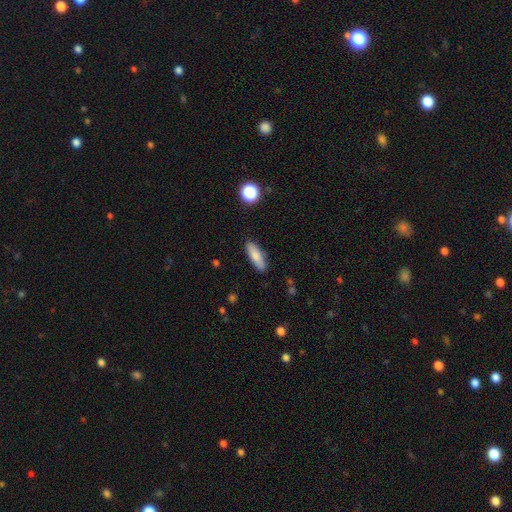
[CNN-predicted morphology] Q: Smooth or featured?
A: smooth (82%); runner-up: featured or disk (12%)
Q: How rounded?
A: cigar-shaped (50%); runner-up: in between (48%)
Q: Merging?
A: none (88%); runner-up: minor disturbance (9%)